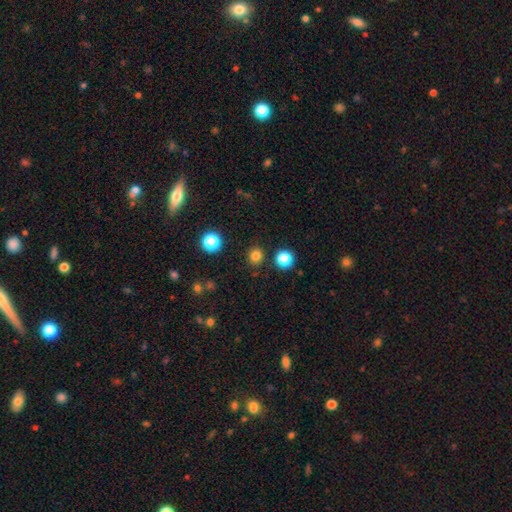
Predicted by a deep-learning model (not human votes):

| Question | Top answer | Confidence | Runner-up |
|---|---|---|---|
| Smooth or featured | smooth | 79% | star or artifact (16%) |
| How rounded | round | 89% | in between (10%) |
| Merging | none | 89% | minor disturbance (6%) |